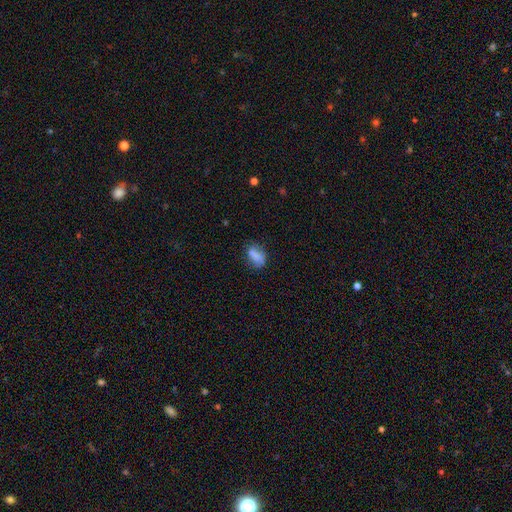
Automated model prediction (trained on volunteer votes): Smooth or featured?
  - smooth: 77% *
  - featured or disk: 14%
  - star or artifact: 10%
How rounded?
  - in between: 82% *
  - round: 10%
  - cigar-shaped: 8%
Merging?
  - none: 61% *
  - minor disturbance: 26%
  - major disturbance: 10%
  - merger: 3%